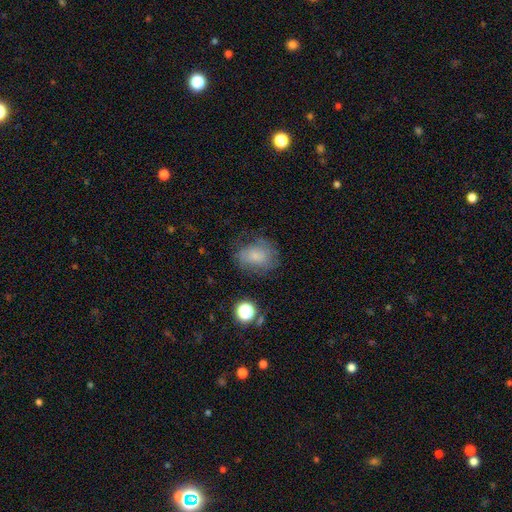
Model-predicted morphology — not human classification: Q: Smooth or featured?
A: smooth (65%); runner-up: featured or disk (23%)
Q: How rounded?
A: in between (55%); runner-up: round (44%)
Q: Merging?
A: none (59%); runner-up: minor disturbance (24%)